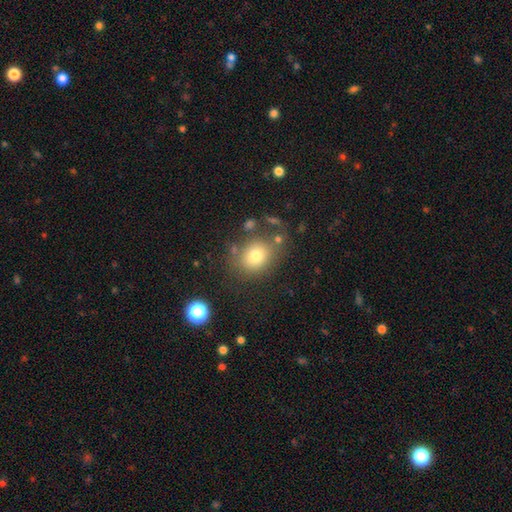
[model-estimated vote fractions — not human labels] smooth-or-featured: smooth: 76% | star or artifact: 13% | featured or disk: 11%
  how-rounded: round: 62% | in between: 37% | cigar-shaped: 1%
  merging: none: 73% | minor disturbance: 14% | merger: 7% | major disturbance: 6%